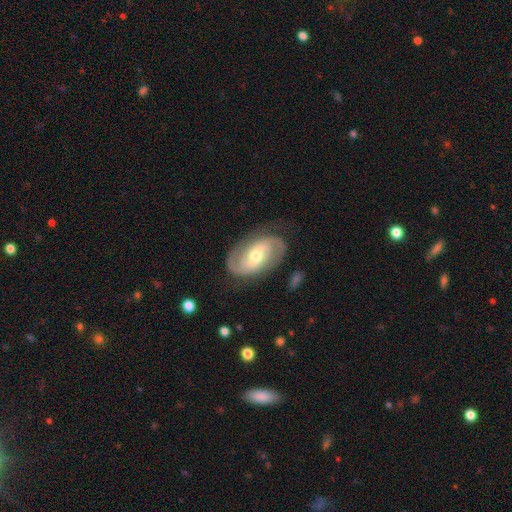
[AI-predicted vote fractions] This appears to be a featured or disk galaxy (87%) with a weak bar (45%), 2 (86%) medium (45%) spiral arms (96%) and a moderate central bulge (66%). Merging: none (77%).